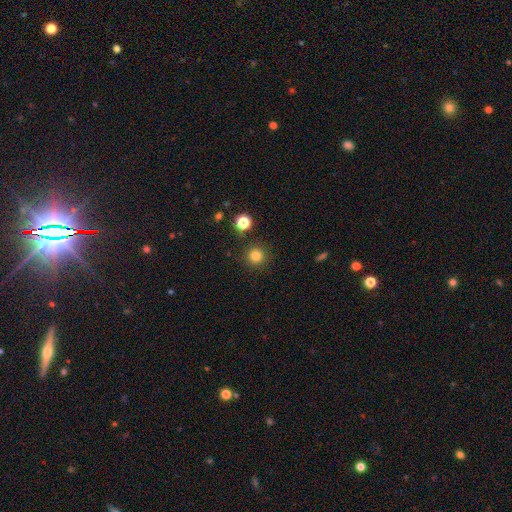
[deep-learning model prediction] Smooth or featured? Predicted: smooth (p=0.81). How rounded? Predicted: round (p=0.95). Merging? Predicted: none (p=0.89).